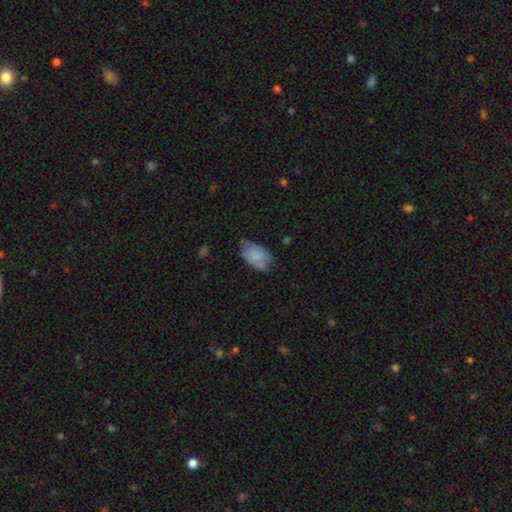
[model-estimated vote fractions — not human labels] Smooth or featured: smooth — 79% (featured or disk — 14%)
How rounded: in between — 92% (round — 7%)
Merging: none — 55% (minor disturbance — 34%)